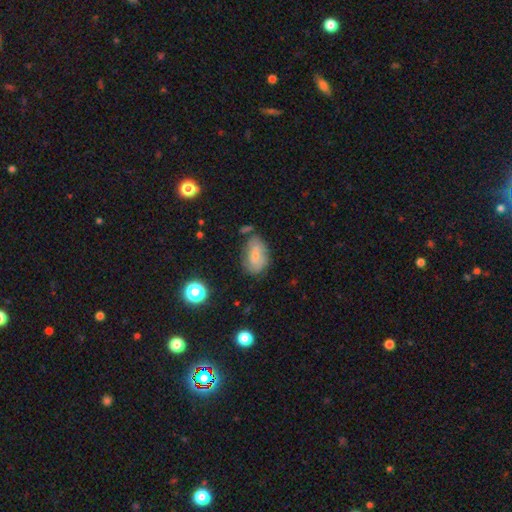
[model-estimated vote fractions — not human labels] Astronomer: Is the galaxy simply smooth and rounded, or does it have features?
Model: smooth — 47% (runner-up: featured or disk, 43%).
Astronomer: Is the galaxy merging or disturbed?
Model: none — 55%.